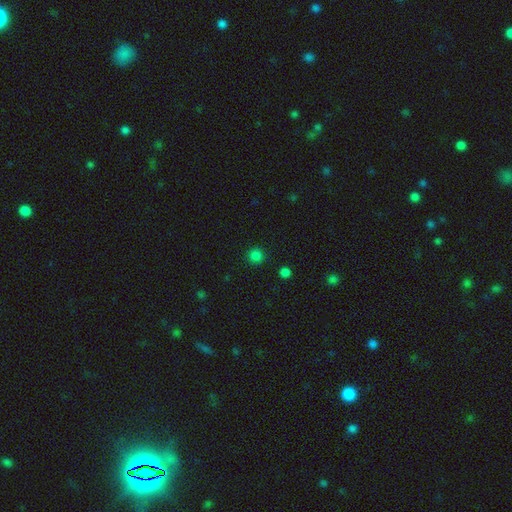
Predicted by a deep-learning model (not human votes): The model was most divided on "smooth or featured": smooth: 82%, star or artifact: 15%, featured or disk: 3%. More confident: how rounded — round (94%); merging — none (91%).